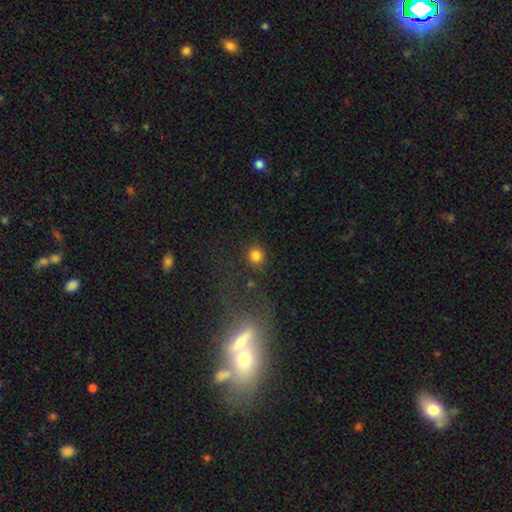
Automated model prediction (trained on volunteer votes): Smooth or featured: smooth — 82% (star or artifact — 13%)
How rounded: round — 90% (in between — 9%)
Merging: none — 82% (minor disturbance — 8%)